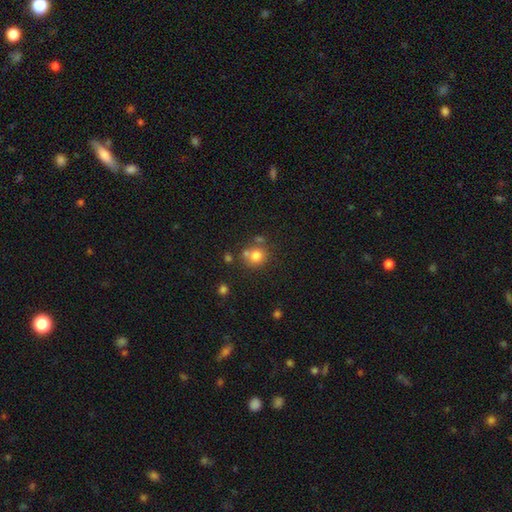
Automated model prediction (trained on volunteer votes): Overall: smooth (76%). How rounded: round (85%). Merging: none (59%; merger 25%).